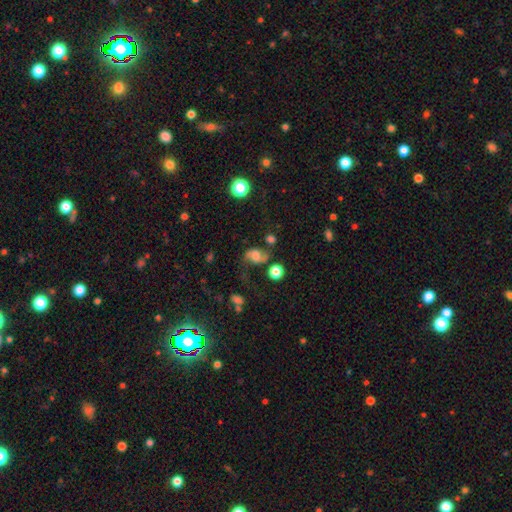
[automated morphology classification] Smooth or featured?
  - featured or disk: 50% *
  - smooth: 36%
  - star or artifact: 14%
Edge-on disk?
  - no: 97% *
  - yes: 3%
Merging?
  - none: 53% *
  - minor disturbance: 22%
  - major disturbance: 16%
  - merger: 9%